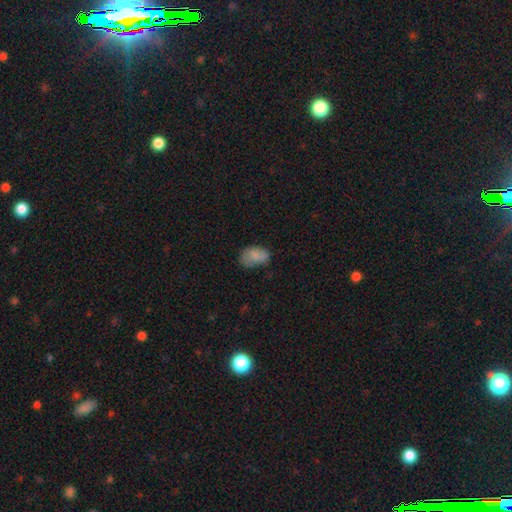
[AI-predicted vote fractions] Smooth or featured?
  - smooth: 78% *
  - featured or disk: 13%
  - star or artifact: 9%
How rounded?
  - in between: 87% *
  - round: 11%
  - cigar-shaped: 1%
Merging?
  - none: 52% *
  - minor disturbance: 32%
  - major disturbance: 11%
  - merger: 4%